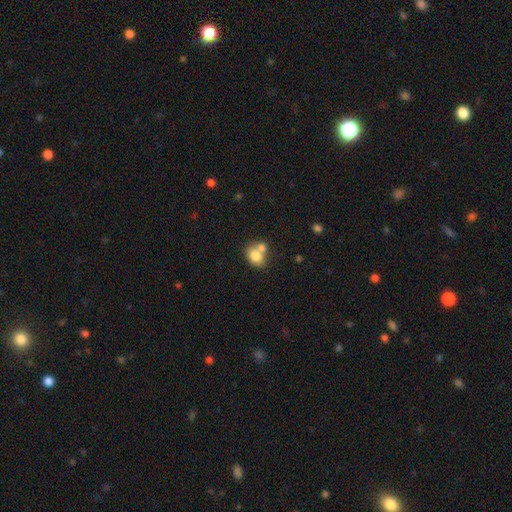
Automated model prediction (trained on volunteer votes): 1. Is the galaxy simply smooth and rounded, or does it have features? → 77% smooth, 14% featured or disk, 9% star or artifact.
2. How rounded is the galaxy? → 62% in between, 37% round, 1% cigar-shaped.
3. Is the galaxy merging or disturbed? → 48% merger, 37% none, 10% minor disturbance, 4% major disturbance.